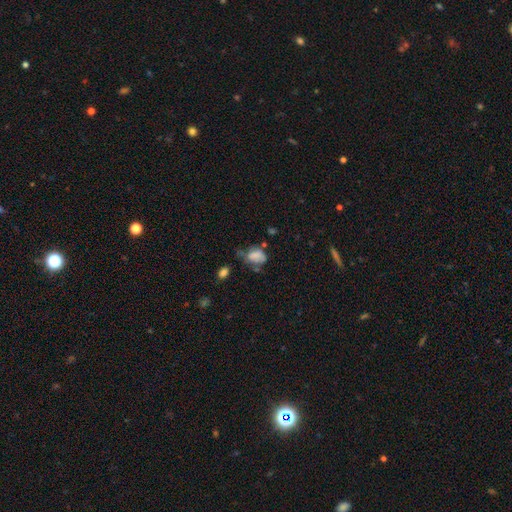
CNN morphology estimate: Overall: smooth (73%). How rounded: in between (70%). Merging: none (35%; minor disturbance 33%).